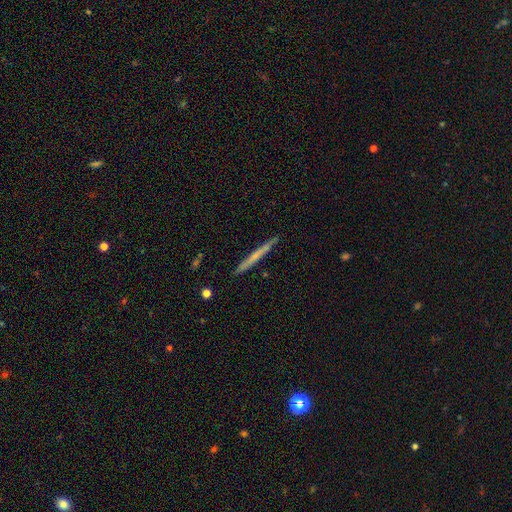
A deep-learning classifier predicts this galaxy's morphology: Q: Smooth or featured?
A: smooth (48%); runner-up: featured or disk (46%)
Q: Merging?
A: none (90%); runner-up: minor disturbance (7%)